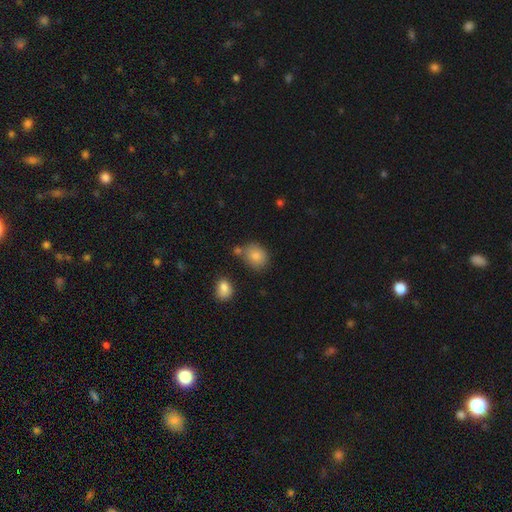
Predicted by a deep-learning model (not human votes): Smooth or featured? smooth (81%)
How rounded? round (60%)
Merging? none (66%)